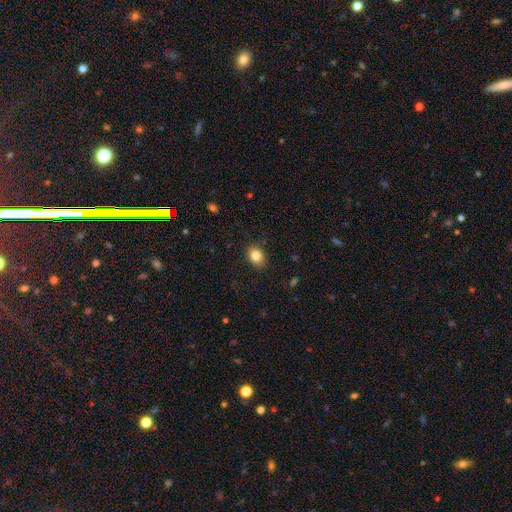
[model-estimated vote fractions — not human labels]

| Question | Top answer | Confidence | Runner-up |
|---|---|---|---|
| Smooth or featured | smooth | 84% | star or artifact (10%) |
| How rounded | in between | 54% | round (45%) |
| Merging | none | 86% | minor disturbance (11%) |